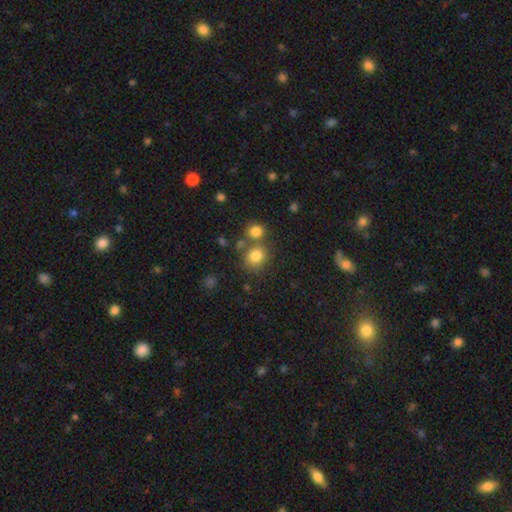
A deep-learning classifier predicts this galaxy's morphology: The model was most divided on "merging": none: 60%, merger: 25%, minor disturbance: 11%, major disturbance: 4%. More confident: smooth or featured — smooth (80%); how rounded — round (73%).